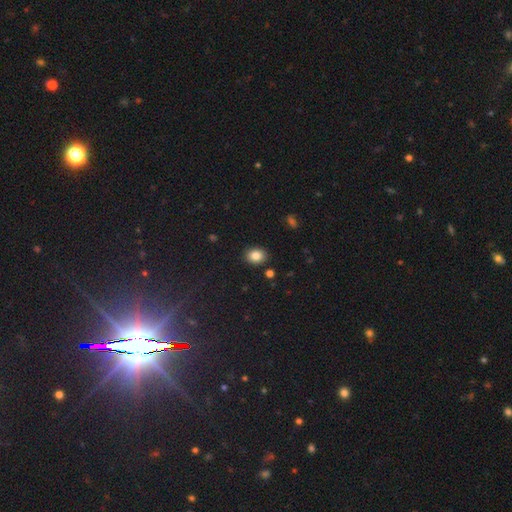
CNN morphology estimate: This appears to be a smooth galaxy with no disk features (84%) that is in between round and cigar-shaped (51%). Merging: none (89%).